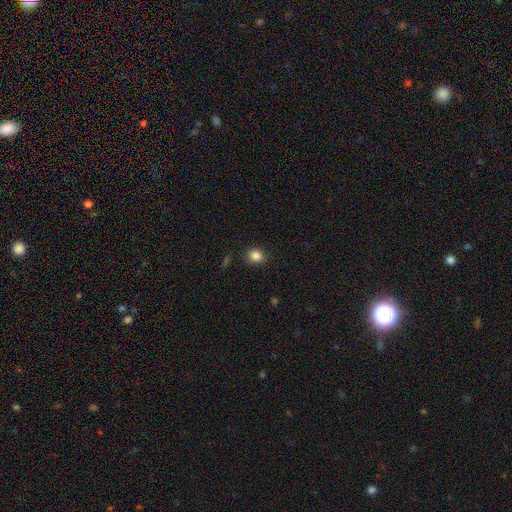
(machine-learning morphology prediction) smooth-or-featured: smooth: 85% | star or artifact: 10% | featured or disk: 4%
  how-rounded: round: 59% | in between: 40% | cigar-shaped: 1%
  merging: none: 88% | minor disturbance: 9% | major disturbance: 2% | merger: 1%